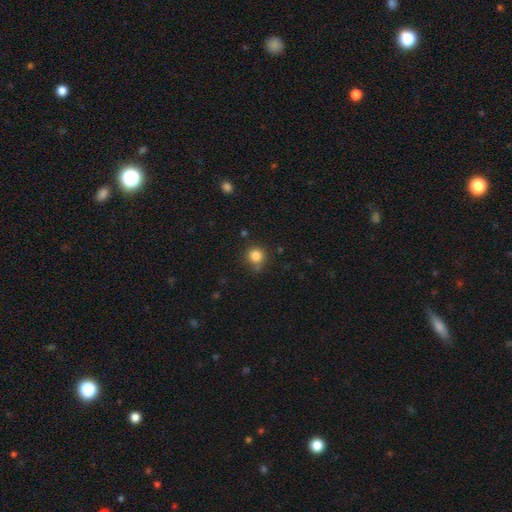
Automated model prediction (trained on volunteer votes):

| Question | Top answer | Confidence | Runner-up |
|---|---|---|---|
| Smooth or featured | smooth | 83% | star or artifact (12%) |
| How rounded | round | 90% | in between (9%) |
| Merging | none | 76% | minor disturbance (16%) |